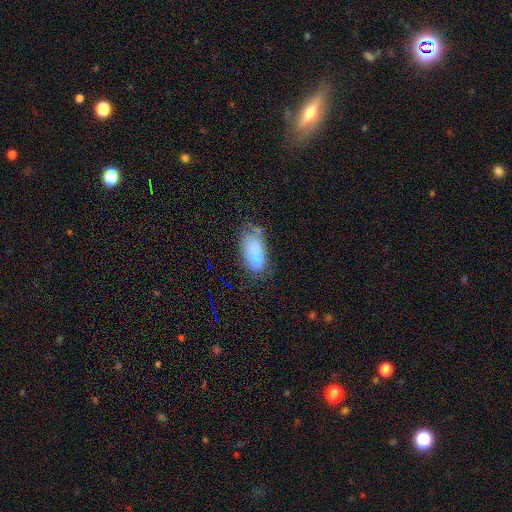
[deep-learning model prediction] This appears to be a smooth galaxy with no disk features (72%) that is in between round and cigar-shaped (87%). Merging: none (43%).